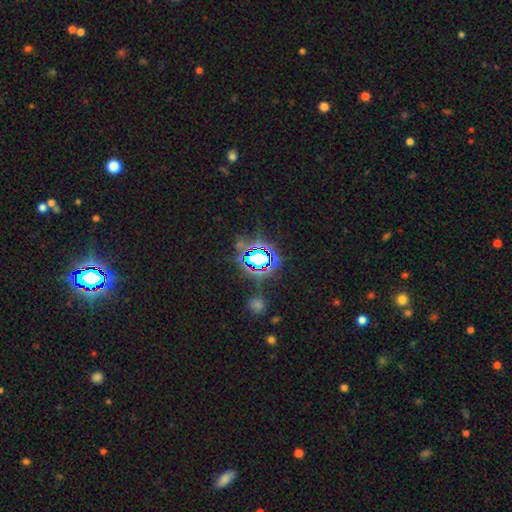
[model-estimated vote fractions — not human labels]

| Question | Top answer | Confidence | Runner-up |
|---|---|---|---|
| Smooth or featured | star or artifact | 73% | smooth (16%) |